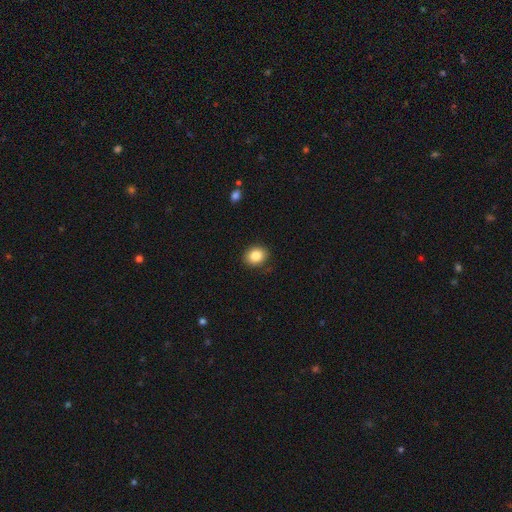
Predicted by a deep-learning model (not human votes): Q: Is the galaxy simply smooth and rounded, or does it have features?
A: smooth — 85%.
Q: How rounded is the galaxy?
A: round — 57%.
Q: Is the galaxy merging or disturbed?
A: none — 87%.